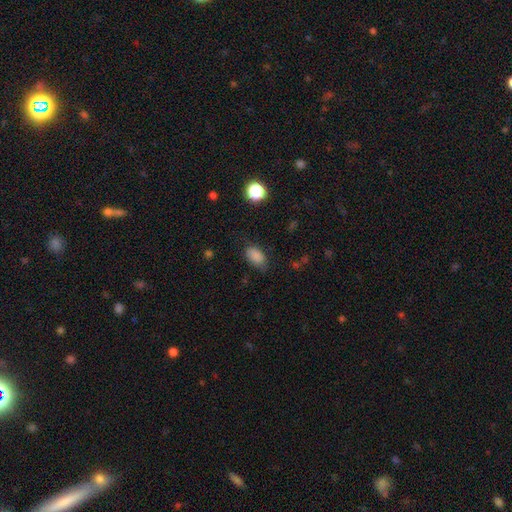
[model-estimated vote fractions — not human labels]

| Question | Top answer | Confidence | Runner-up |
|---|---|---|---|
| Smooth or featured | smooth | 86% | star or artifact (10%) |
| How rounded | in between | 90% | round (8%) |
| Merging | none | 75% | minor disturbance (19%) |